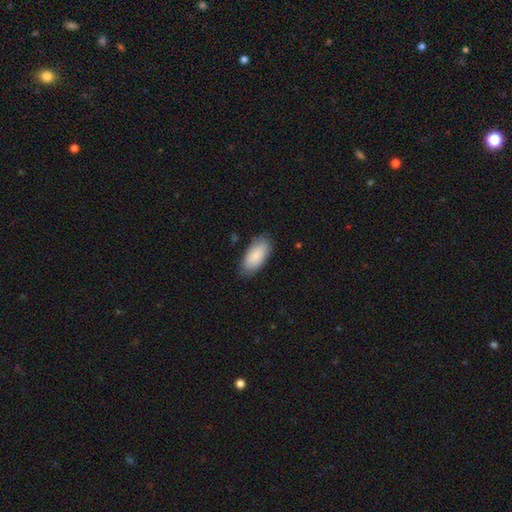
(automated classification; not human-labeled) smooth_or_featured: smooth (p=0.84) [alt: featured or disk p=0.10]
how_rounded: in between (p=0.93) [alt: cigar-shaped p=0.05]
merging: none (p=0.79) [alt: minor disturbance p=0.17]